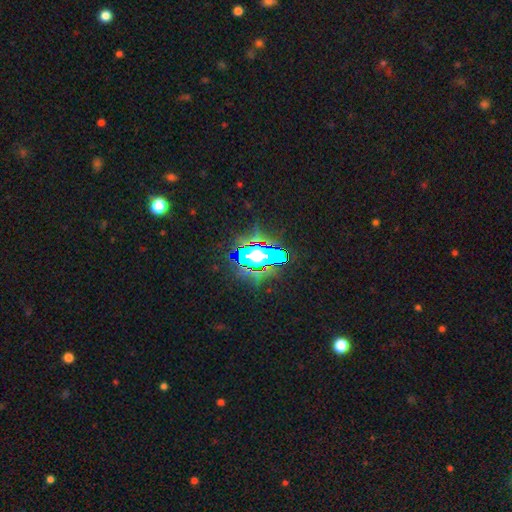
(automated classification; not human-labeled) Smooth or featured?
  - star or artifact: 59% *
  - smooth: 22%
  - featured or disk: 19%